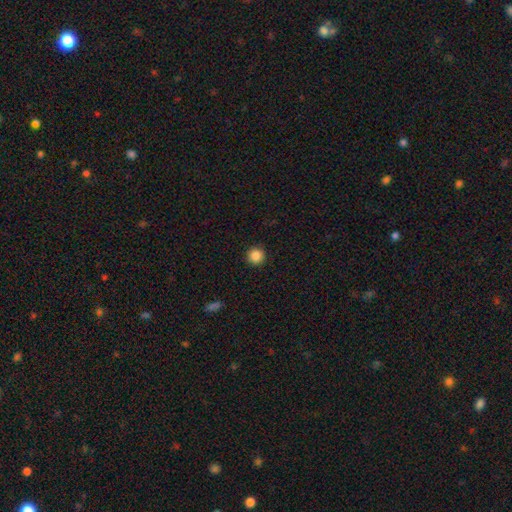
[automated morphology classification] Smooth or featured? smooth (86%)
How rounded? round (96%)
Merging? none (92%)